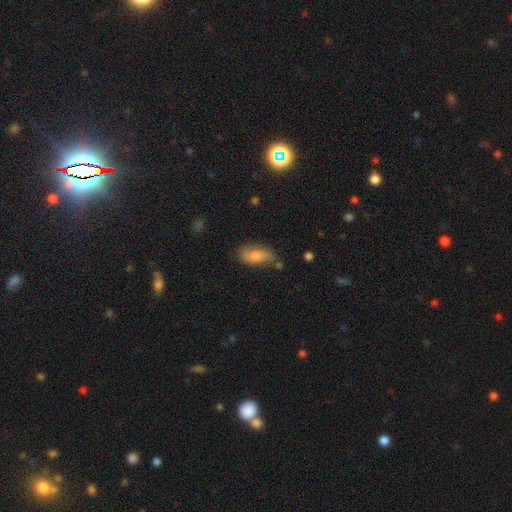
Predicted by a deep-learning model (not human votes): Smooth or featured?
  - smooth: 73% *
  - featured or disk: 20%
  - star or artifact: 7%
How rounded?
  - in between: 87% *
  - cigar-shaped: 9%
  - round: 4%
Merging?
  - none: 60% *
  - minor disturbance: 26%
  - major disturbance: 7%
  - merger: 6%